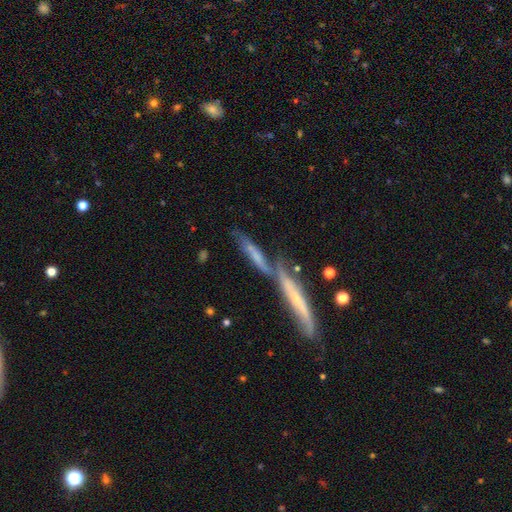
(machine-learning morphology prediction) Smooth or featured? Predicted: featured or disk (p=0.52). Edge-on disk? Predicted: yes (p=0.62). Merging? Predicted: merger (p=0.58).